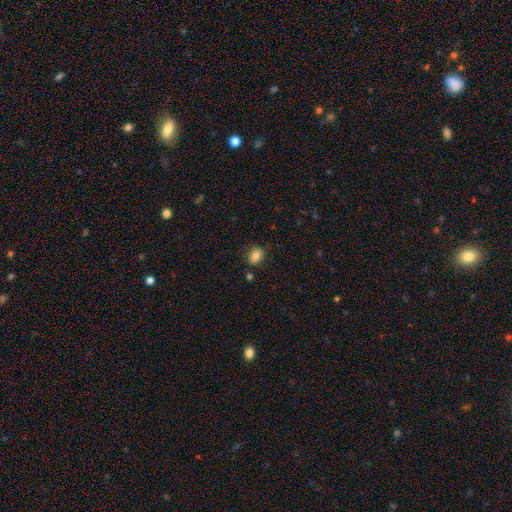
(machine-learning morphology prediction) This appears to be a smooth galaxy with no disk features (84%) that is in between round and cigar-shaped (60%). Merging: none (83%).